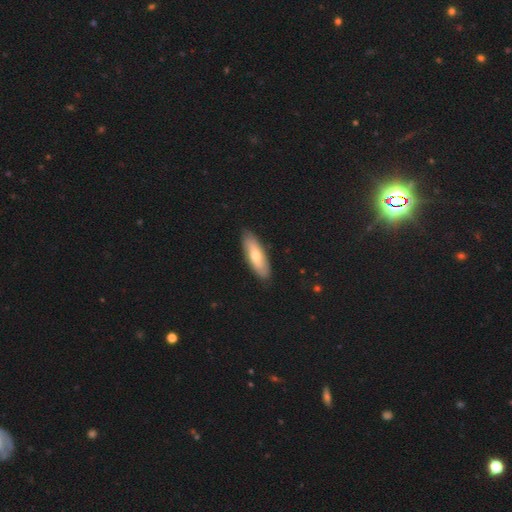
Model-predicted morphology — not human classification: A smooth galaxy with no disk features (57%) that is in between round and cigar-shaped (61%). Merging: none (87%).